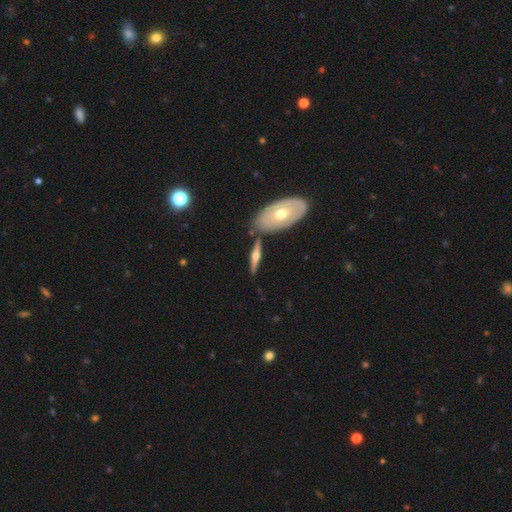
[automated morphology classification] smooth-or-featured: featured or disk: 63% | smooth: 31% | star or artifact: 5%
  disk-edge-on: yes: 93% | no: 7%
    edge-on-bulge: rounded: 93% | boxy: 4% | none: 3%
  merging: none: 75% | minor disturbance: 11% | merger: 11% | major disturbance: 3%